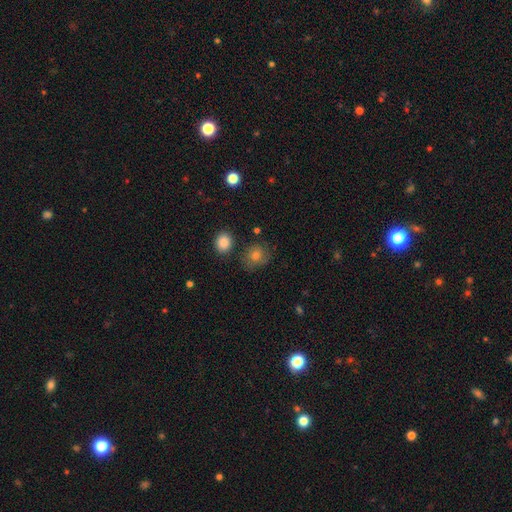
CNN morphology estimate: This is likely a smooth galaxy (66%). How rounded: likely round (72%). Merging: likely none (74%).